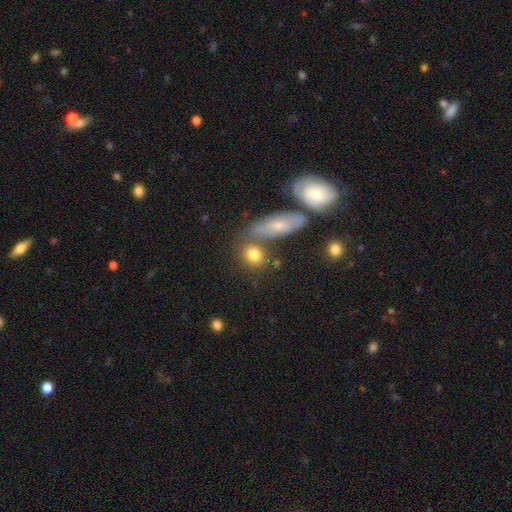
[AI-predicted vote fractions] Smooth or featured?
  - smooth: 79% *
  - featured or disk: 11%
  - star or artifact: 10%
How rounded?
  - round: 56% *
  - in between: 39%
  - cigar-shaped: 6%
Merging?
  - none: 64% *
  - merger: 18%
  - minor disturbance: 13%
  - major disturbance: 5%